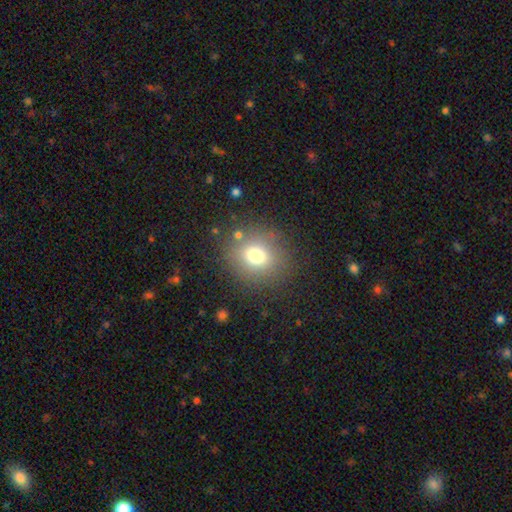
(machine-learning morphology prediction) Q: Smooth or featured?
A: smooth (73%); runner-up: star or artifact (16%)
Q: How rounded?
A: round (80%); runner-up: in between (19%)
Q: Merging?
A: none (83%); runner-up: minor disturbance (9%)